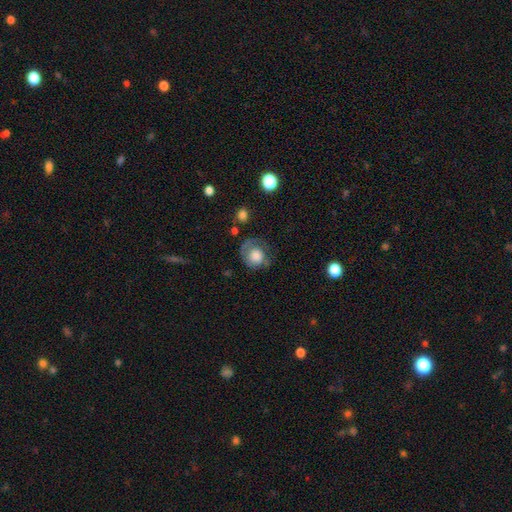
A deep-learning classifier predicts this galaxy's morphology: A smooth galaxy with no disk features (60%) that is round (80%). Merging: none (48%).